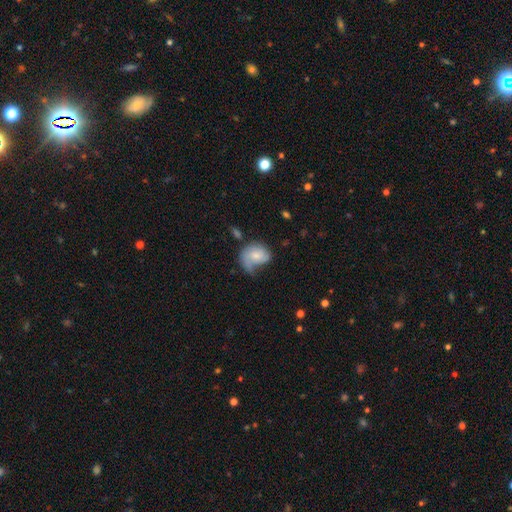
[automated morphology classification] Smooth or featured? Predicted: smooth (p=0.55). How rounded? Predicted: in between (p=0.53). Merging? Predicted: major disturbance (p=0.34).